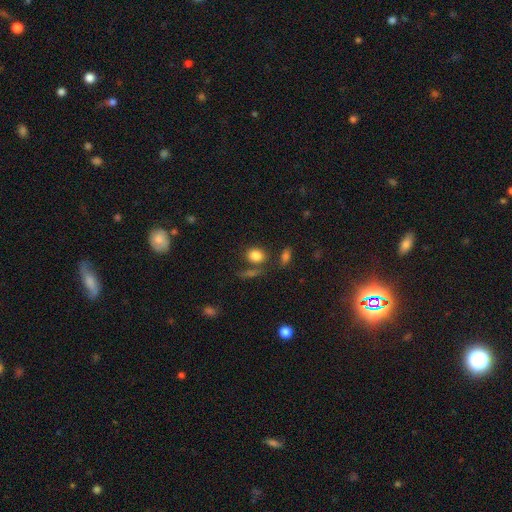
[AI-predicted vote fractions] A smooth galaxy with no disk features (83%) that is round (51%). Merging: none (67%).